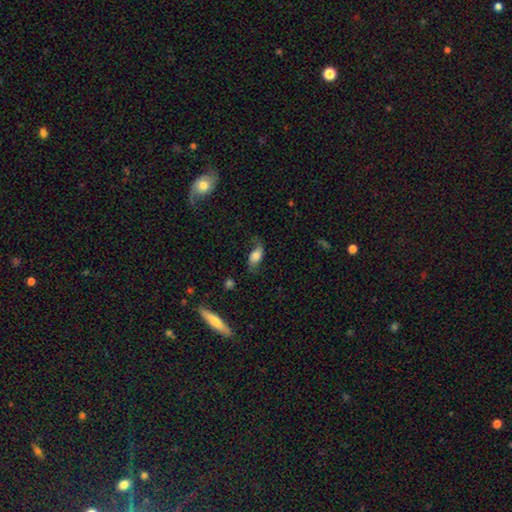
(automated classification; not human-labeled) Smooth or featured: smooth — 52% (featured or disk — 39%)
How rounded: in between — 86% (cigar-shaped — 8%)
Merging: none — 60% (minor disturbance — 23%)